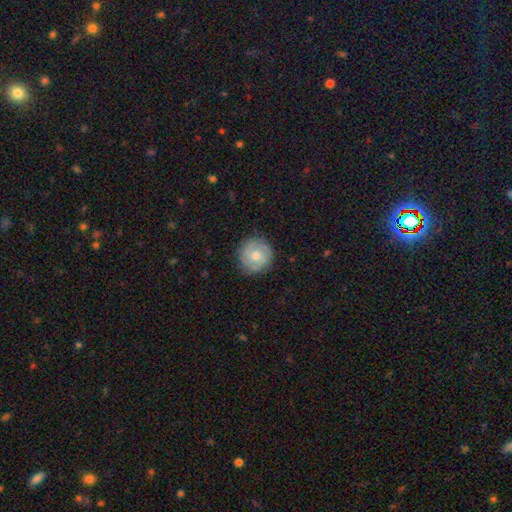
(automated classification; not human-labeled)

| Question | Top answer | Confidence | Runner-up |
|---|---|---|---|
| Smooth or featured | featured or disk | 54% | smooth (39%) |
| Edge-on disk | no | 97% | yes (3%) |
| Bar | no | 69% | weak (26%) |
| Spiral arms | yes | 79% | no (21%) |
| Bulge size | moderate | 68% | small (23%) |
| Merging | none | 85% | minor disturbance (11%) |